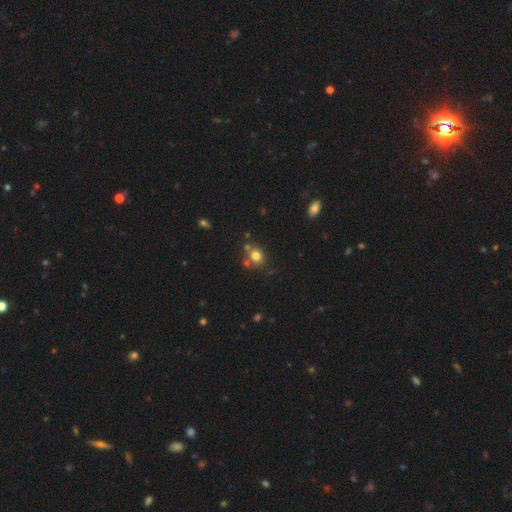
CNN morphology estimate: A smooth galaxy with no disk features (76%) that is round (78%).

Vote fractions:
- Smooth or featured? smooth: 76% / star or artifact: 14% / featured or disk: 10%
- How rounded? round: 78% / in between: 21% / cigar-shaped: 1%
- Merging? none: 64% / merger: 20% / minor disturbance: 12% / major disturbance: 5%